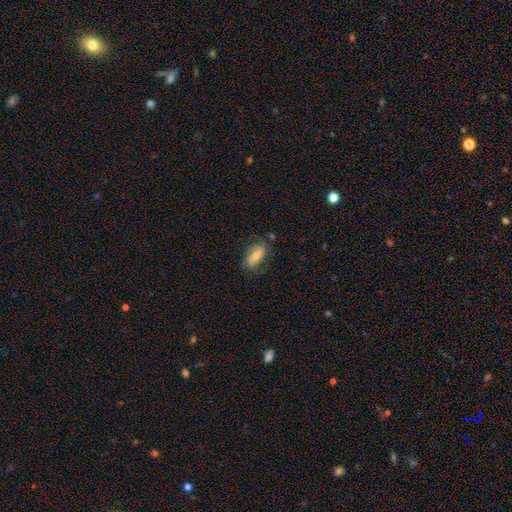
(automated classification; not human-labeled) smooth 49%, featured or disk 42%, star or artifact 9%. Down the decision tree: merging — none (67%).